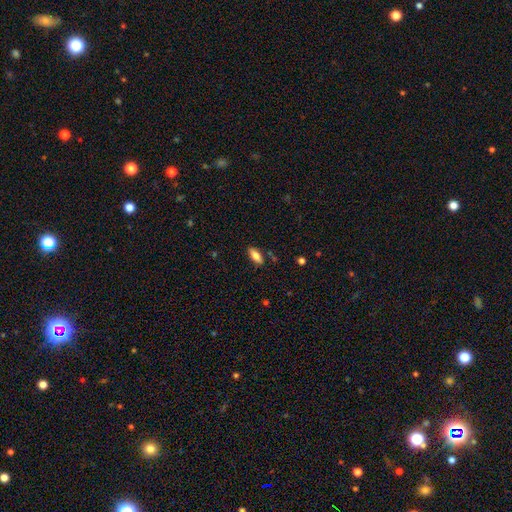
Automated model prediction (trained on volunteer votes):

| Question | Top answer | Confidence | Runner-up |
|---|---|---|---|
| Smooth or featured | smooth | 80% | featured or disk (13%) |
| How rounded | in between | 82% | cigar-shaped (16%) |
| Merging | none | 85% | minor disturbance (11%) |